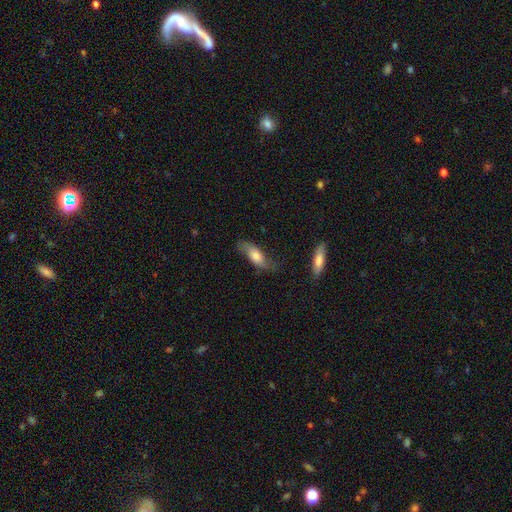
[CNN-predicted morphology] Overall: smooth (57%; featured or disk 36%). How rounded: in between (68%). Merging: none (63%; minor disturbance 25%).